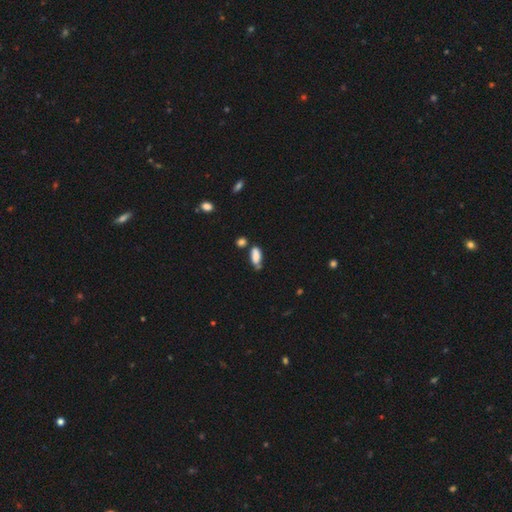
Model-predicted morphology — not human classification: This is clearly a smooth galaxy (84%). How rounded: clearly in between (82%). Merging: possibly none (52%).